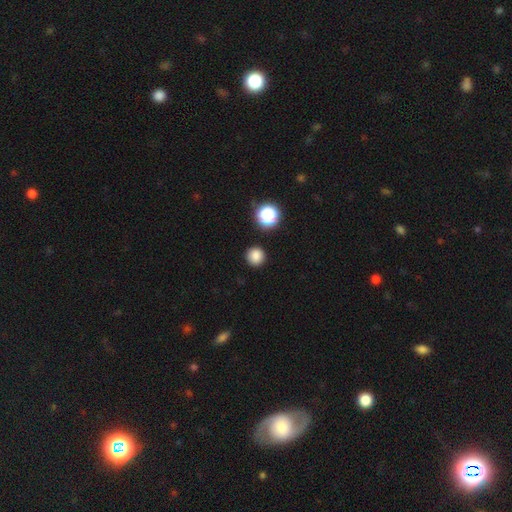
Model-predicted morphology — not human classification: A smooth galaxy with no disk features (82%) that is round (94%). Merging: none (91%).